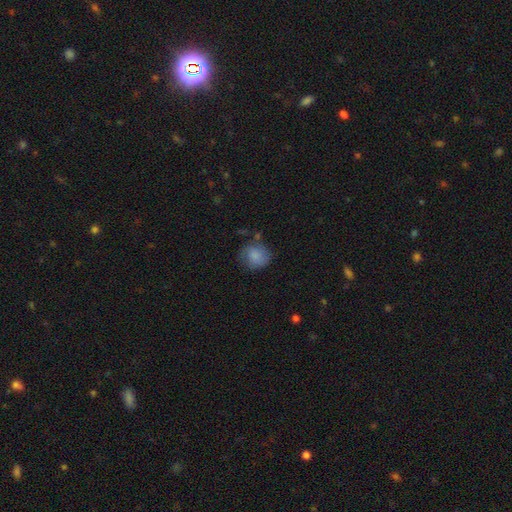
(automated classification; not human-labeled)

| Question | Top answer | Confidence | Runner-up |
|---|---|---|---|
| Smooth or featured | smooth | 78% | featured or disk (14%) |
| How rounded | round | 77% | in between (22%) |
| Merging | none | 61% | minor disturbance (25%) |